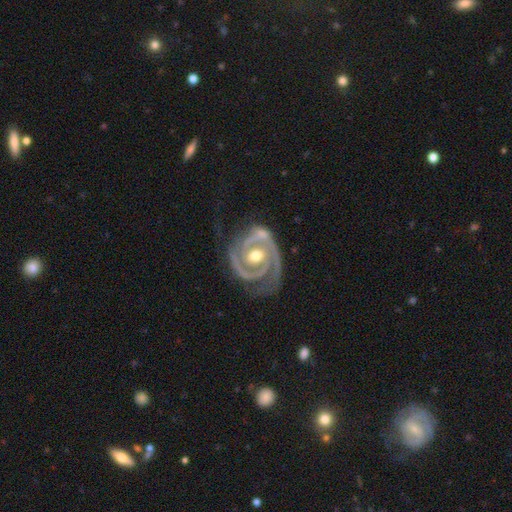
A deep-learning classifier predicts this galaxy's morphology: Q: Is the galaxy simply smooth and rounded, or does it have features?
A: featured or disk — 93%.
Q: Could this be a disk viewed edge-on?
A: no — 98%.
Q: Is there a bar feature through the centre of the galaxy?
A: no — 54%.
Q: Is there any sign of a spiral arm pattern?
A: yes — 98%.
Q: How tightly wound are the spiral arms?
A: tight — 70%.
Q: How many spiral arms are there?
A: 2 — 85%.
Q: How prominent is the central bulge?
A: moderate — 76%.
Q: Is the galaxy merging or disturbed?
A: none — 66%.